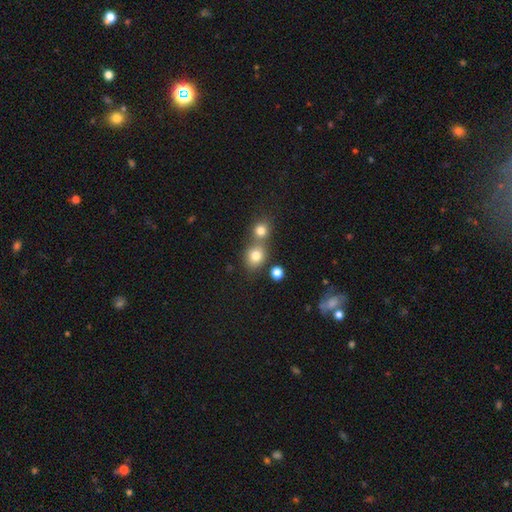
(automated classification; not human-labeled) Smooth or featured? smooth (78%)
How rounded? round (70%)
Merging? none (50%)